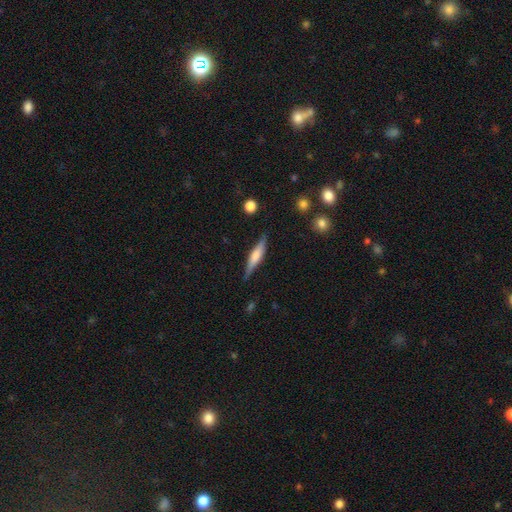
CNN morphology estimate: Q: Smooth or featured?
A: featured or disk (53%); runner-up: smooth (41%)
Q: Edge-on disk?
A: yes (95%); runner-up: no (5%)
Q: Merging?
A: none (83%); runner-up: minor disturbance (12%)